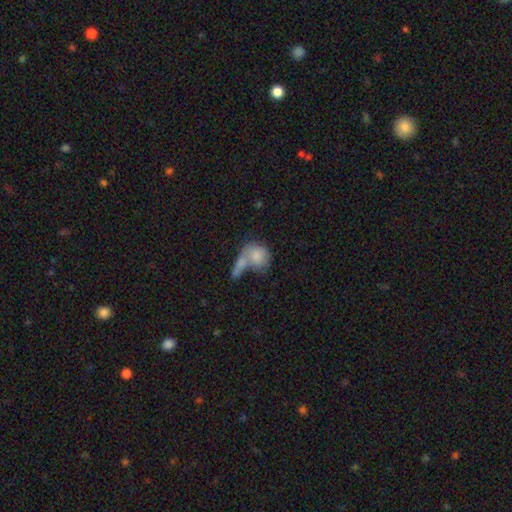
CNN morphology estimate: Smooth or featured? smooth (77%)
How rounded? round (58%)
Merging? merger (56%)